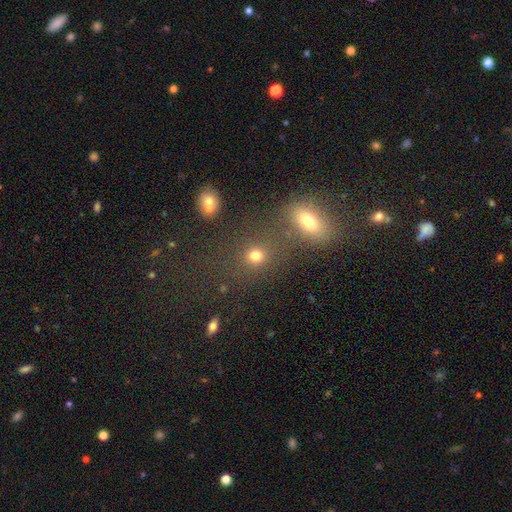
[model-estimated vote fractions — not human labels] Smooth or featured? Predicted: smooth (p=0.77). How rounded? Predicted: round (p=0.79). Merging? Predicted: none (p=0.68).